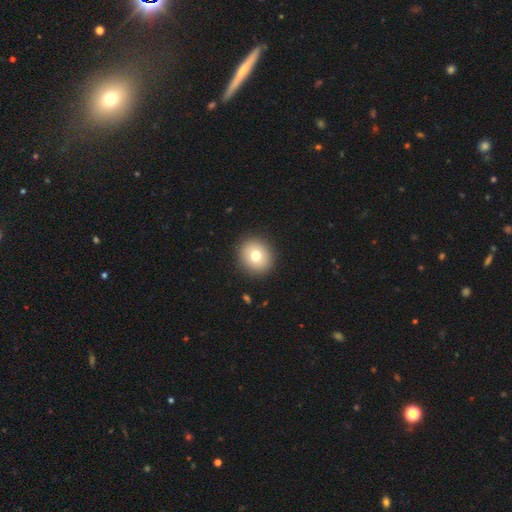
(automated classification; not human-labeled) smooth_or_featured: smooth (p=0.75) [alt: featured or disk p=0.14]
how_rounded: round (p=0.83) [alt: in between p=0.16]
merging: none (p=0.91) [alt: minor disturbance p=0.06]